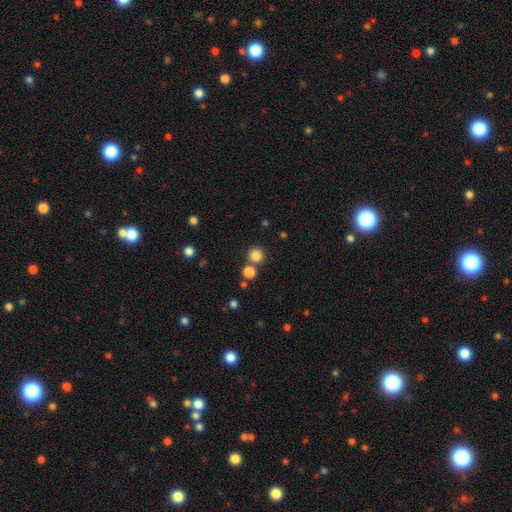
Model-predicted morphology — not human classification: Smooth or featured? smooth (83%)
How rounded? round (94%)
Merging? none (76%)